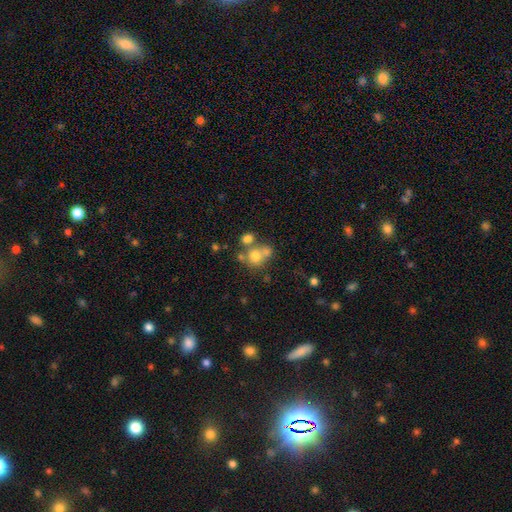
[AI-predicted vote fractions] A smooth galaxy with no disk features (69%) that is round (82%). Merging: none (47%).